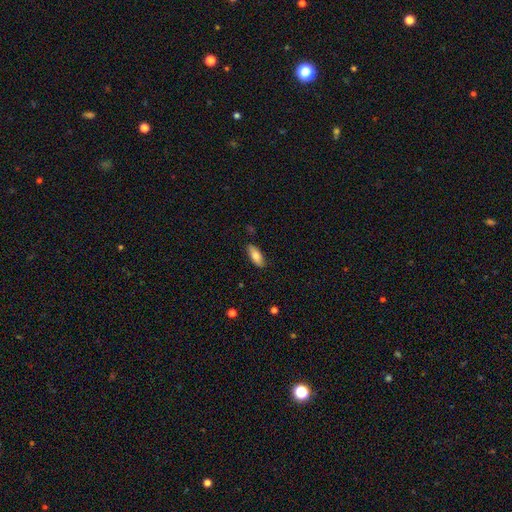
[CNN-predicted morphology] type=smooth (79%); roundness=in between (77%); merging=none (86%).